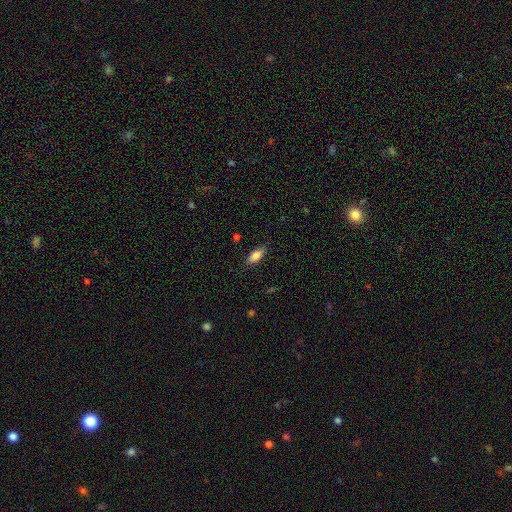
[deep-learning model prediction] Smooth or featured?
  - smooth: 82% *
  - featured or disk: 11%
  - star or artifact: 7%
How rounded?
  - in between: 75% *
  - cigar-shaped: 22%
  - round: 2%
Merging?
  - none: 84% *
  - minor disturbance: 12%
  - major disturbance: 3%
  - merger: 1%